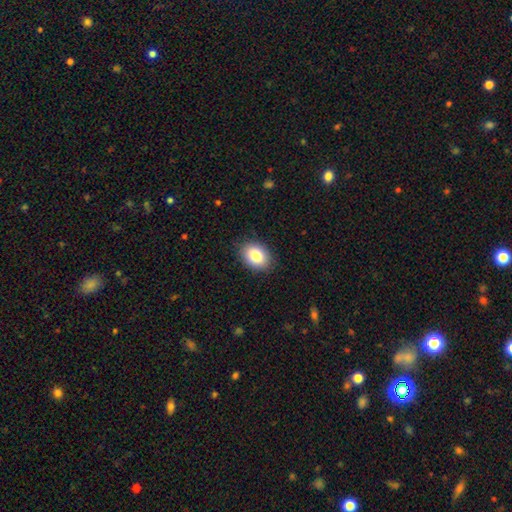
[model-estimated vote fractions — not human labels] smooth-or-featured: smooth: 83% | featured or disk: 9% | star or artifact: 8%
  how-rounded: in between: 72% | round: 27% | cigar-shaped: 1%
  merging: none: 87% | minor disturbance: 9% | major disturbance: 2% | merger: 1%